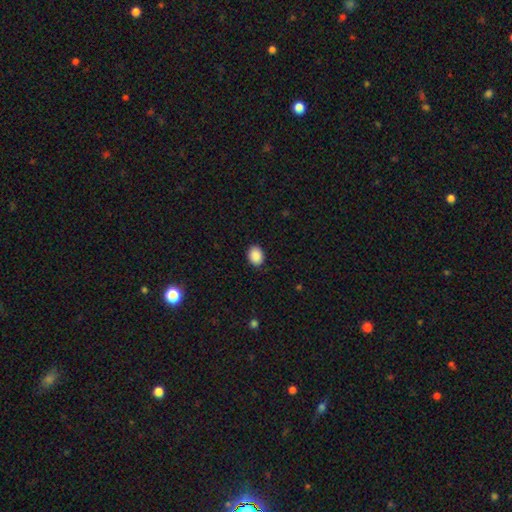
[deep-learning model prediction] The model was most divided on "how rounded": in between: 61%, round: 38%, cigar-shaped: 1%. More confident: smooth or featured — smooth (90%); merging — none (89%).